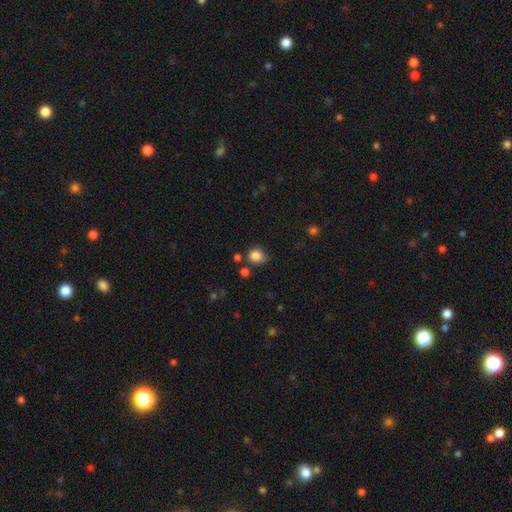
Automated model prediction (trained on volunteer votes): smooth 84%, star or artifact 11%, featured or disk 5%. Down the decision tree: how rounded — round (71%); merging — none (65%).